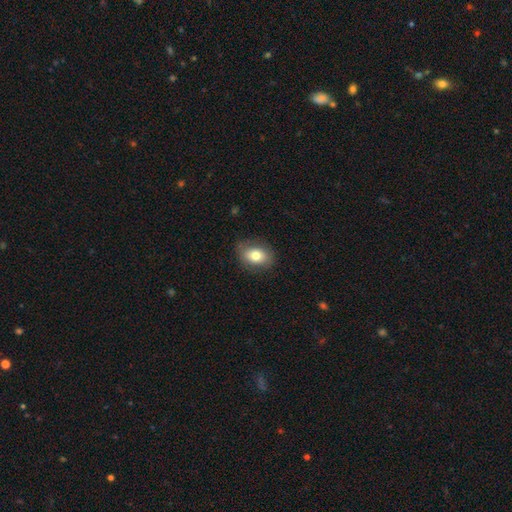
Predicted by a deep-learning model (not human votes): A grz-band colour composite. It shows a smooth galaxy with no disk features (76%) that is in between round and cigar-shaped (71%). Merging: none (79%).